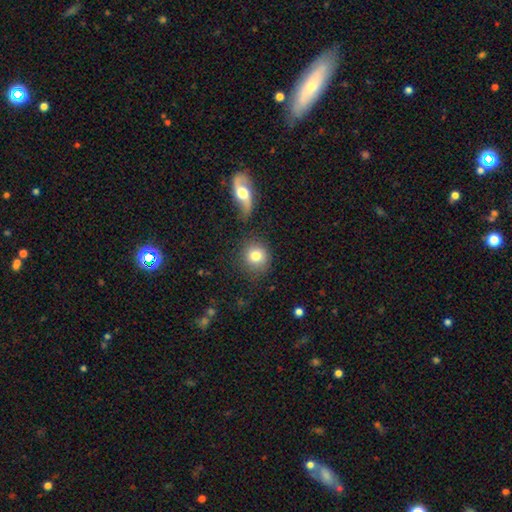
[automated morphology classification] Smooth or featured? smooth (80%)
How rounded? round (86%)
Merging? none (77%)